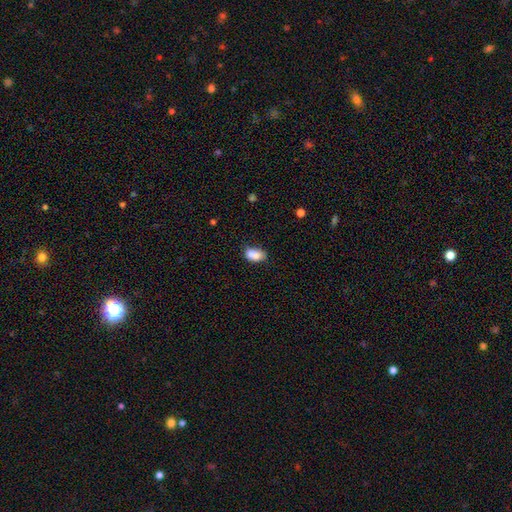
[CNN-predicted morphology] Smooth or featured? Predicted: smooth (p=0.78). How rounded? Predicted: in between (p=0.84). Merging? Predicted: none (p=0.43).